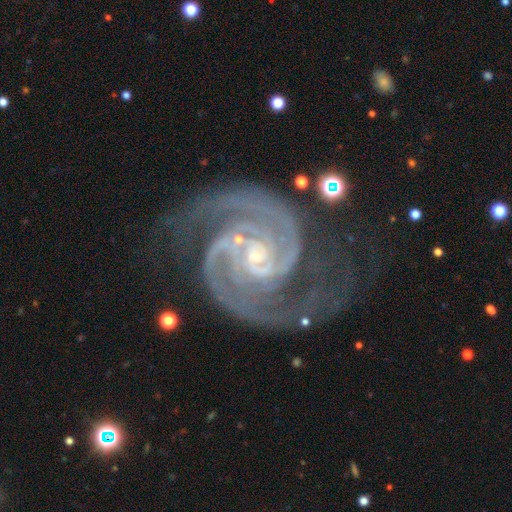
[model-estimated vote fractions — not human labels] Overall: featured or disk (94%). Edge-on disk: no (98%). Bar: no (47%; weak 36%). Spiral arms: yes (99%). Spiral arm count: 2 (84%). Spiral winding: tight (57%; medium 38%). Bulge size: small (74%). Merging: none (66%).